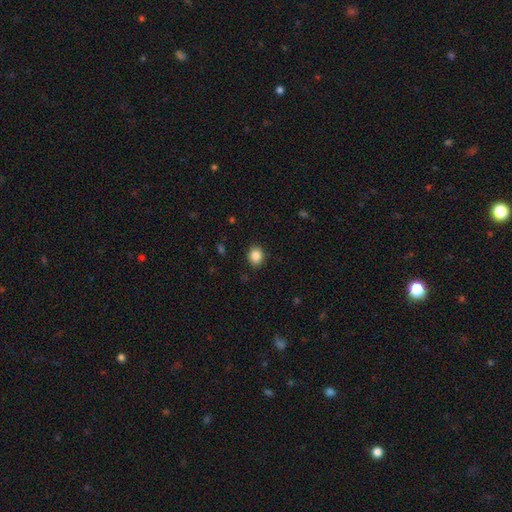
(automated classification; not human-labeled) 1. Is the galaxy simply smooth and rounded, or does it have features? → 86% smooth, 9% star or artifact, 4% featured or disk.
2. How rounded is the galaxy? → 64% round, 35% in between, 1% cigar-shaped.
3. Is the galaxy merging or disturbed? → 88% none, 9% minor disturbance, 2% major disturbance, 1% merger.